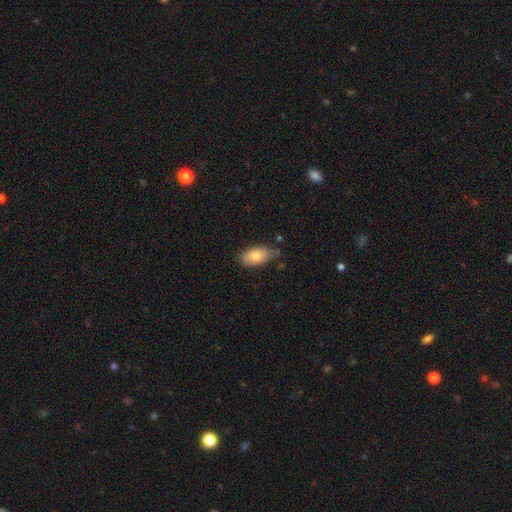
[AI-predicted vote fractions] smooth-or-featured: smooth: 79% | featured or disk: 13% | star or artifact: 7%
  how-rounded: in between: 92% | round: 5% | cigar-shaped: 3%
  merging: none: 64% | minor disturbance: 27% | major disturbance: 5% | merger: 4%